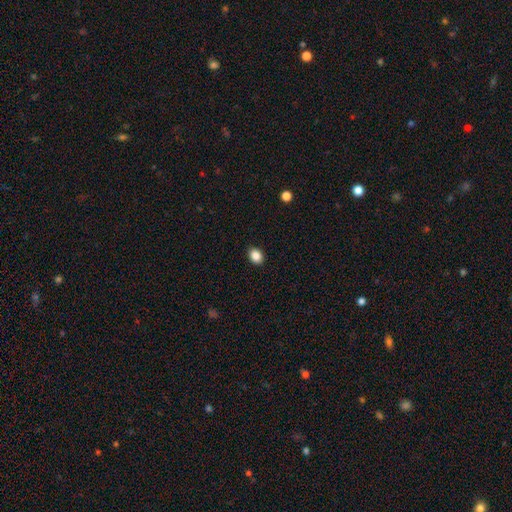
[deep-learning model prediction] This is clearly a smooth galaxy (87%). How rounded: likely in between (64%). Merging: clearly none (91%).